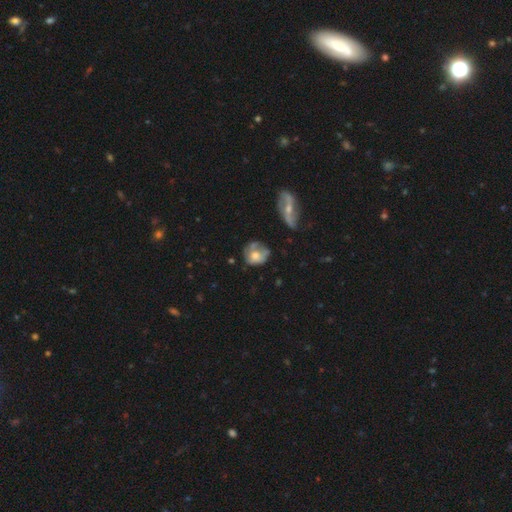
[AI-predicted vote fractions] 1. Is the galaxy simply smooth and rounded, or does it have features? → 53% smooth, 39% featured or disk, 8% star or artifact.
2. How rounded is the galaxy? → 66% round, 32% in between, 2% cigar-shaped.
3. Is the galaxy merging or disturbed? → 45% none, 29% minor disturbance, 18% major disturbance, 7% merger.